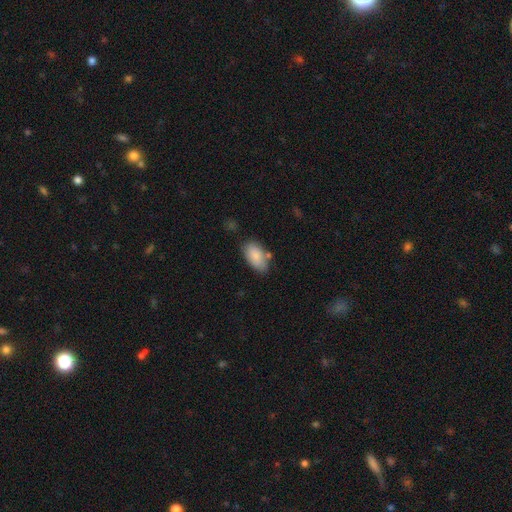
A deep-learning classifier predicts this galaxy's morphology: This is clearly a smooth galaxy (85%). How rounded: clearly in between (94%). Merging: likely none (69%).